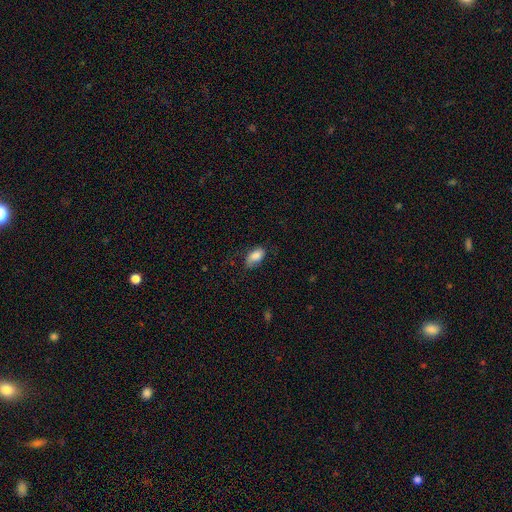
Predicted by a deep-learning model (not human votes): smooth_or_featured: smooth (p=0.84) [alt: featured or disk p=0.09]
how_rounded: in between (p=0.91) [alt: round p=0.06]
merging: none (p=0.62) [alt: minor disturbance p=0.28]